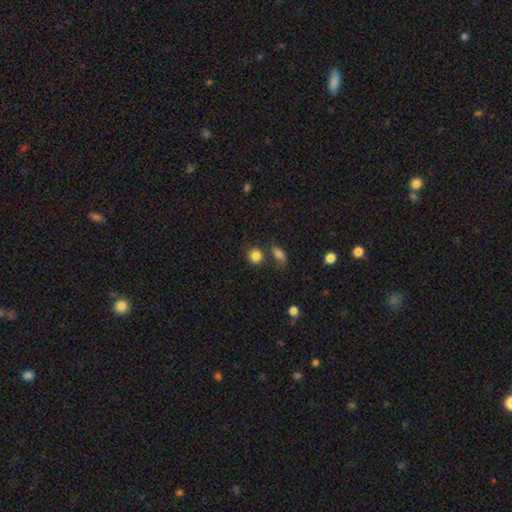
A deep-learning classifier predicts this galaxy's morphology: smooth_or_featured: smooth (p=0.84) [alt: star or artifact p=0.11]
how_rounded: round (p=0.84) [alt: in between p=0.15]
merging: none (p=0.71) [alt: merger p=0.14]